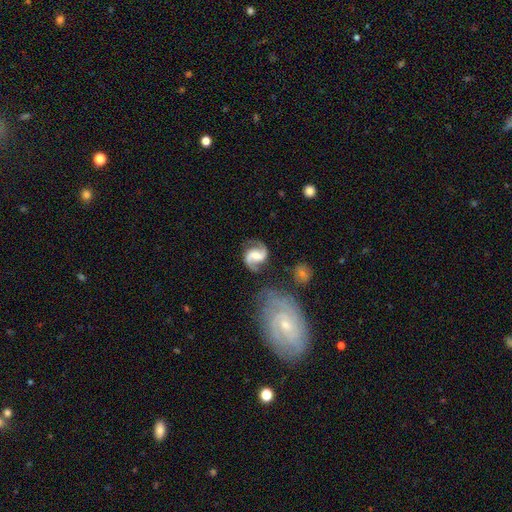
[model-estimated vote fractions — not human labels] A featured or disk galaxy (89%) with a weak bar (47%), 2 (94%) medium (51%) spiral arms (98%) and a moderate central bulge (45%). Merging: none (75%).